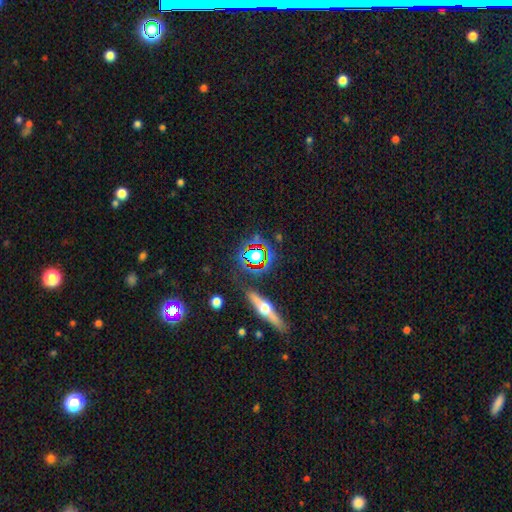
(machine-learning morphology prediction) Q: Smooth or featured?
A: star or artifact (48%); runner-up: featured or disk (27%)